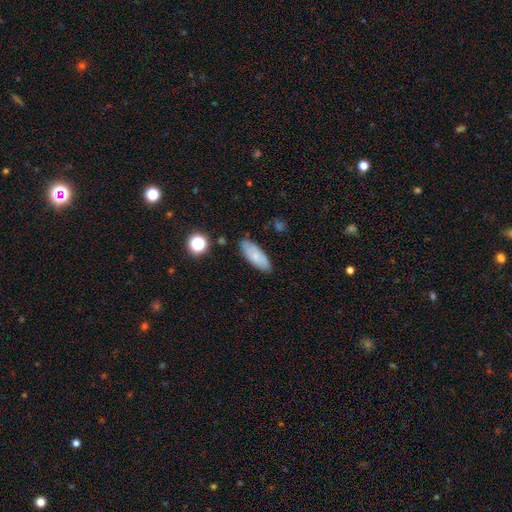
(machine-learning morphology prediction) A smooth galaxy with no disk features (77%) that is in between round and cigar-shaped (72%). Merging: none (83%).